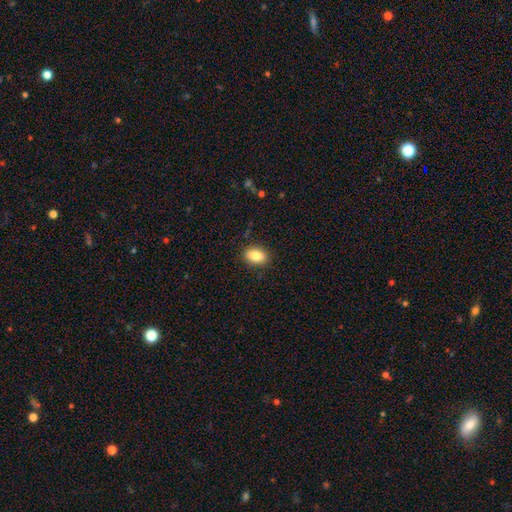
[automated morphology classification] A smooth galaxy with no disk features (86%) that is in between round and cigar-shaped (85%).

Vote fractions:
- Smooth or featured? smooth: 86% / star or artifact: 8% / featured or disk: 6%
- How rounded? in between: 85% / round: 13% / cigar-shaped: 2%
- Merging? none: 88% / minor disturbance: 9% / major disturbance: 2% / merger: 1%